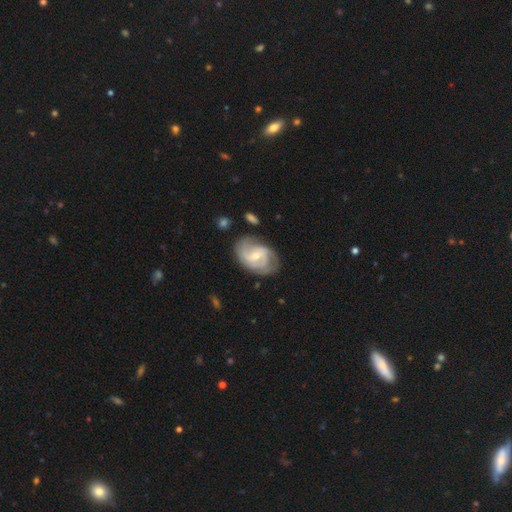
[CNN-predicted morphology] type=featured or disk (82%); edge-on=no (97%); bar=weak (47%); spiral arms=yes (94%); winding=medium (47%); arm count=2 (51%); bulge=small (60%); merging=none (67%).